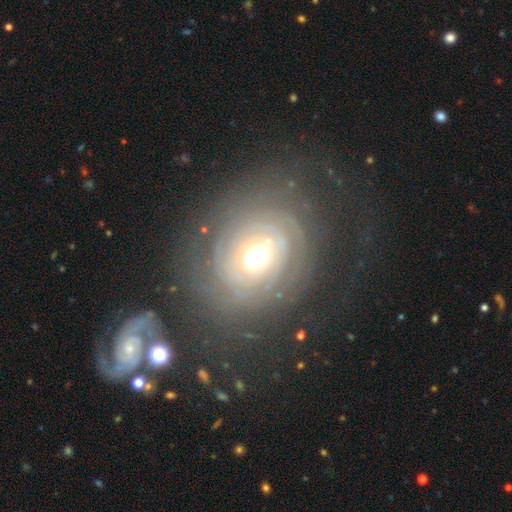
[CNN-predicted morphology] featured or disk 81%, smooth 12%, star or artifact 7%. Down the decision tree: edge-on disk — no (96%); bar — no (66%); spiral arms — yes (89%); spiral arm count — can't tell (39%); spiral winding — tight (79%); bulge size — moderate (69%); merging — none (70%).